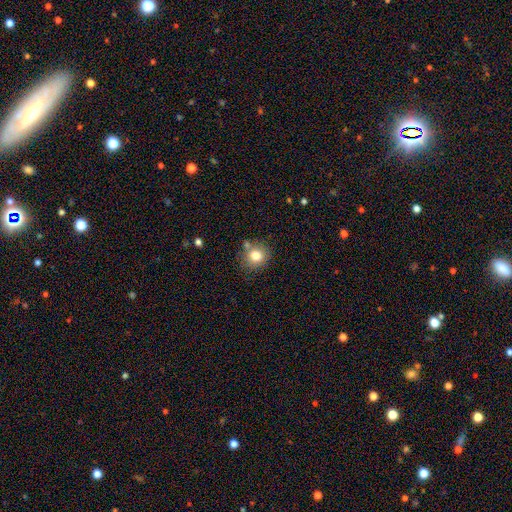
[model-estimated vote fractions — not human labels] The model was most divided on "merging": none: 73%, minor disturbance: 13%, merger: 10%, major disturbance: 4%. More confident: how rounded — round (82%); smooth or featured — smooth (79%).